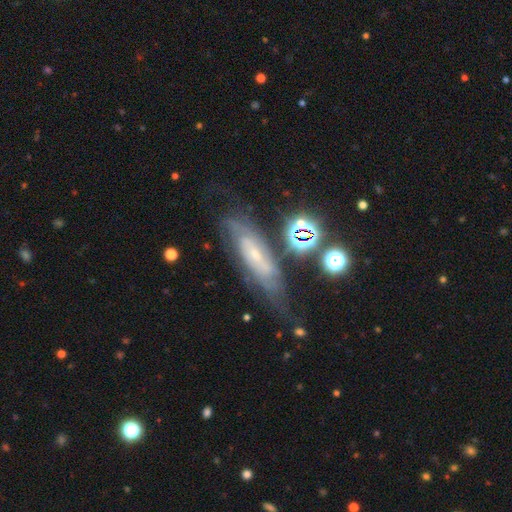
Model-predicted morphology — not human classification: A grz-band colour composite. It shows a featured or disk galaxy (74%) with no bar (57%), tight (61%) spiral arms (88%) and a small central bulge (72%). Merging: none (63%).